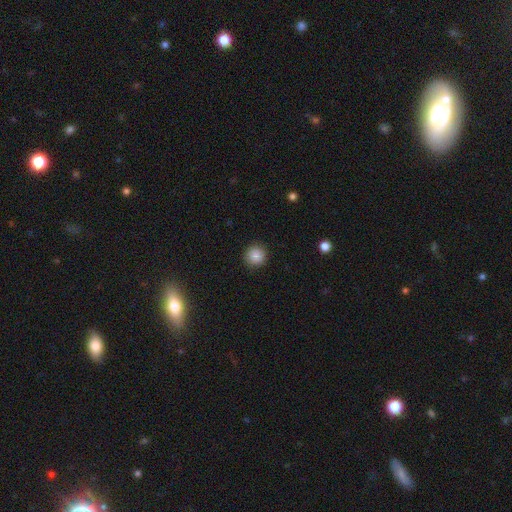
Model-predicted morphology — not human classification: Smooth or featured?
  - smooth: 86% *
  - star or artifact: 10%
  - featured or disk: 4%
How rounded?
  - round: 93% *
  - in between: 6%
  - cigar-shaped: 1%
Merging?
  - none: 91% *
  - minor disturbance: 6%
  - major disturbance: 2%
  - merger: 1%